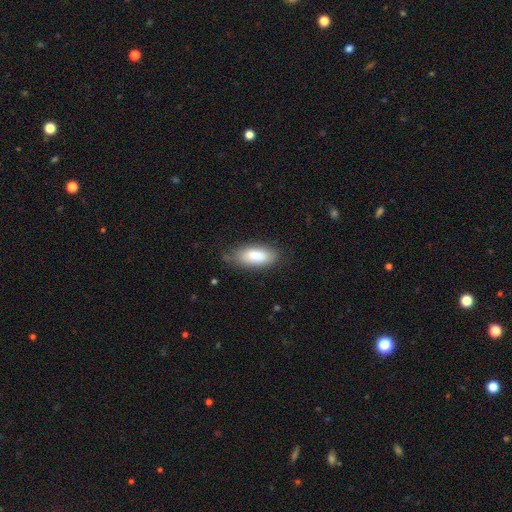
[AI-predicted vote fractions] A smooth galaxy with no disk features (85%) that is in between round and cigar-shaped (86%).

Vote fractions:
- Smooth or featured? smooth: 85% / featured or disk: 9% / star or artifact: 6%
- How rounded? in between: 86% / cigar-shaped: 12% / round: 2%
- Merging? none: 74% / minor disturbance: 20% / major disturbance: 4% / merger: 2%